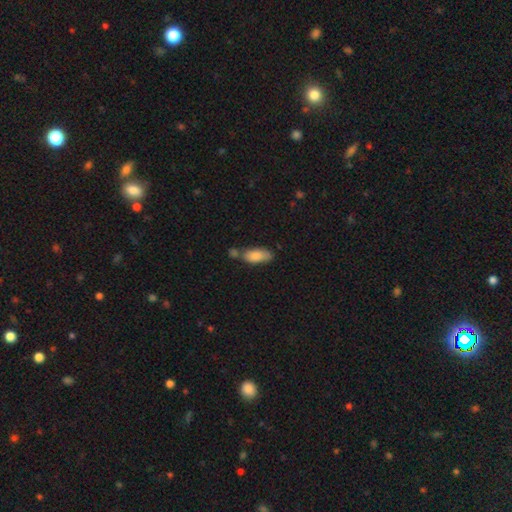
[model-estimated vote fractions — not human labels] Smooth or featured? smooth (81%)
How rounded? in between (82%)
Merging? none (52%)